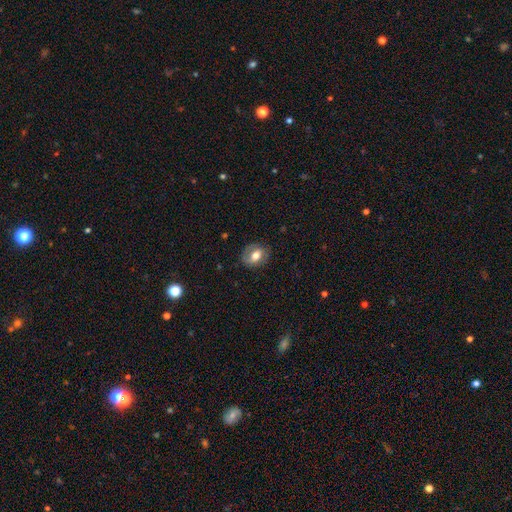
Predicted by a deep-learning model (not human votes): Smooth or featured: smooth — 59% (featured or disk — 33%)
How rounded: in between — 57% (round — 42%)
Merging: none — 77% (minor disturbance — 17%)